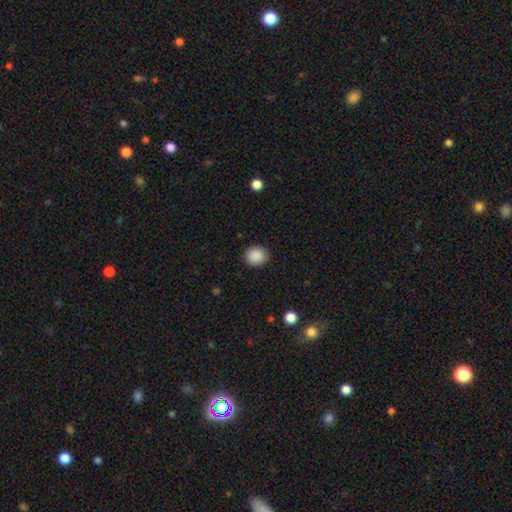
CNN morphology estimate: Q: Smooth or featured?
A: smooth (89%); runner-up: star or artifact (8%)
Q: How rounded?
A: round (79%); runner-up: in between (20%)
Q: Merging?
A: none (90%); runner-up: minor disturbance (7%)